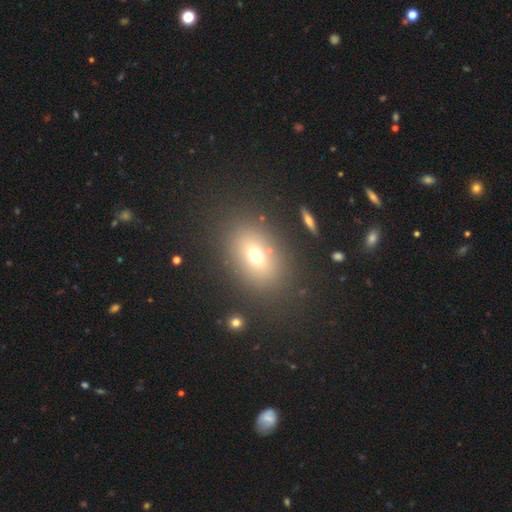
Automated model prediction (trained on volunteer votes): Smooth or featured? smooth (68%)
How rounded? in between (69%)
Merging? none (82%)